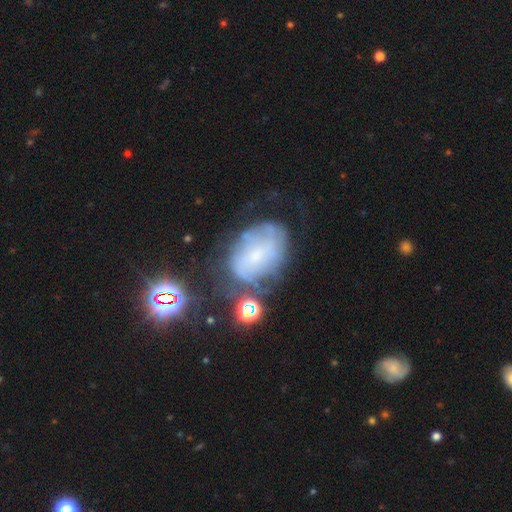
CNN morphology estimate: Overall: featured or disk (53%; smooth 32%). Edge-on disk: no (96%). Bar: no (63%; weak 29%). Spiral arms: yes (61%; no 39%). Bulge size: small (65%). Merging: none (46%; minor disturbance 25%).